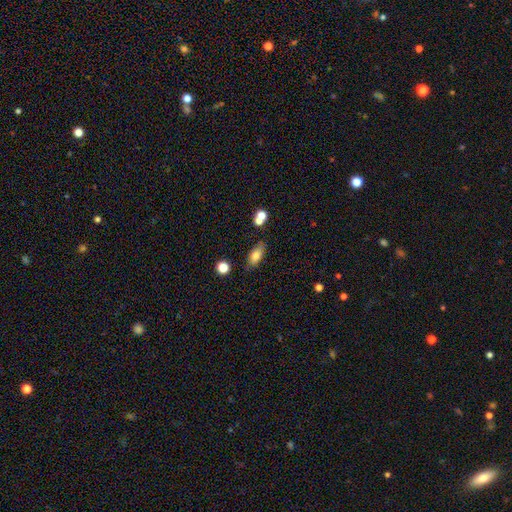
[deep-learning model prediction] Smooth or featured? smooth (77%)
How rounded? in between (82%)
Merging? none (76%)